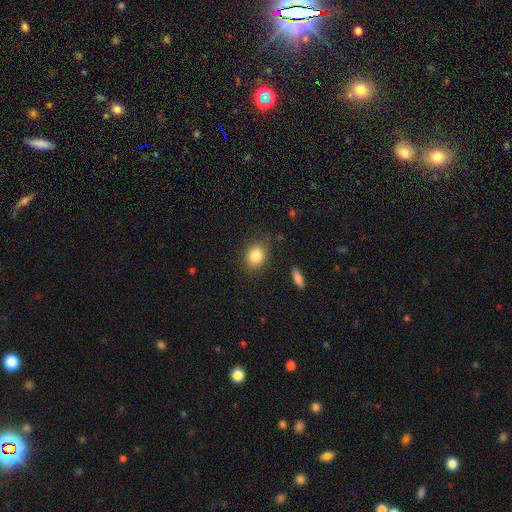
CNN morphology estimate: Overall: smooth (83%). How rounded: round (51%; in between 48%). Merging: none (83%).